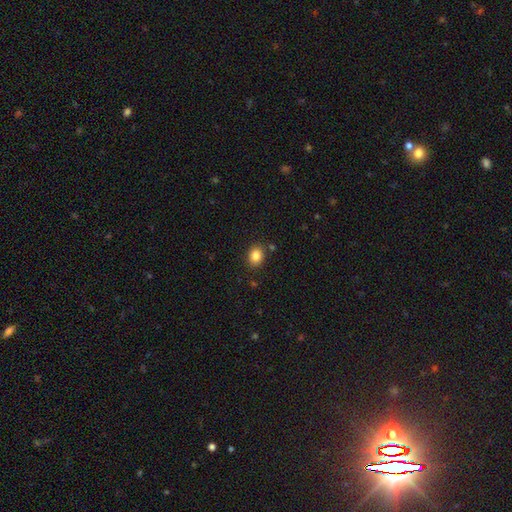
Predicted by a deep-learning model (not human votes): Morphology: type=smooth (85%); roundness=in between (52%); merging=none (85%).